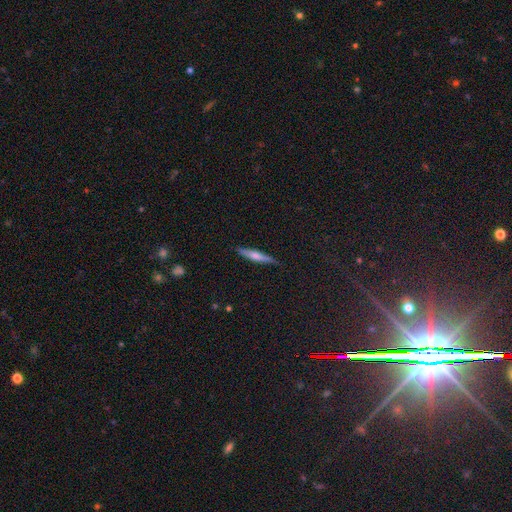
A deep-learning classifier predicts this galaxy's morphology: smooth_or_featured: smooth (p=0.48) [alt: featured or disk p=0.45]
merging: none (p=0.86) [alt: minor disturbance p=0.11]